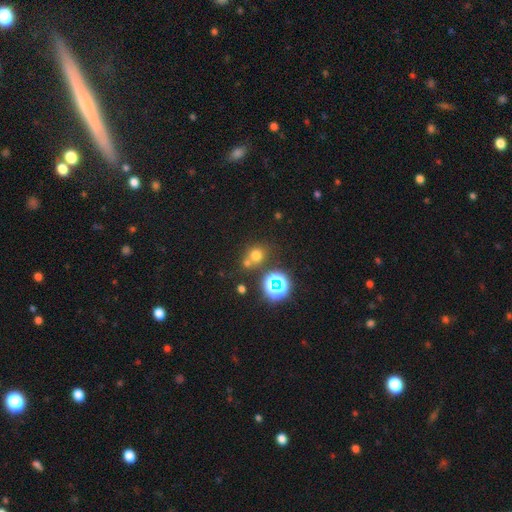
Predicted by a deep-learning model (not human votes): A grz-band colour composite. It shows a smooth galaxy with no disk features (64%) that is round (83%). Merging: none (59%).